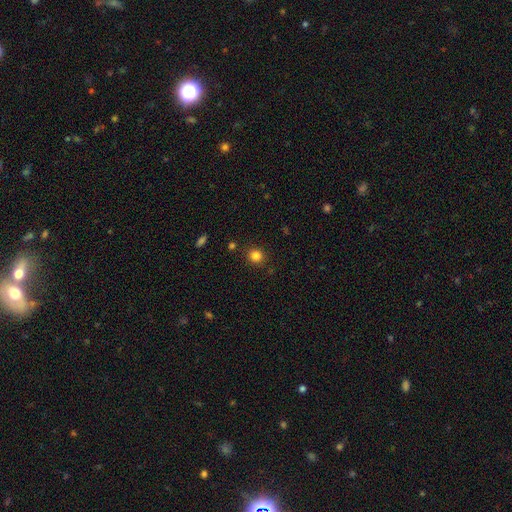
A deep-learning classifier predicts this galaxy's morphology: Smooth or featured? smooth (83%)
How rounded? round (88%)
Merging? none (89%)